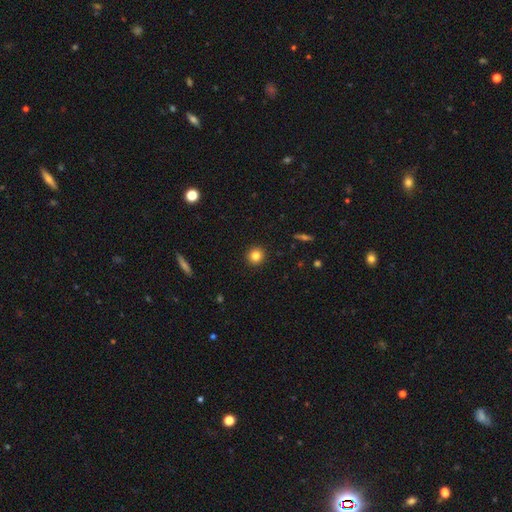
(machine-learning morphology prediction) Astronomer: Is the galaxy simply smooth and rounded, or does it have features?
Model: smooth — 82%.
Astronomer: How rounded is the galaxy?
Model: round — 94%.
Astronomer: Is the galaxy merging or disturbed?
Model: none — 93%.